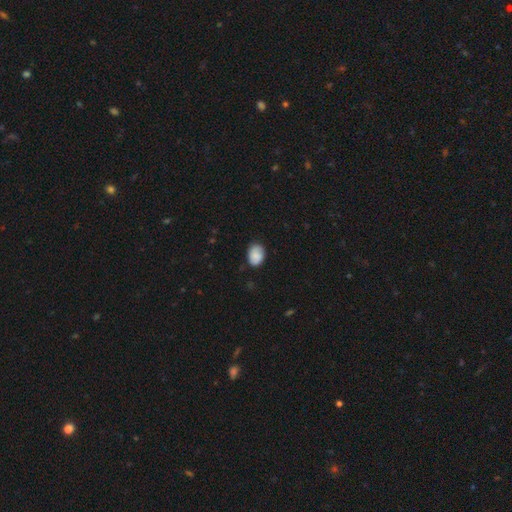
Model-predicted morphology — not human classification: The model was most divided on "how rounded": in between: 75%, round: 24%, cigar-shaped: 1%. More confident: smooth or featured — smooth (81%); merging — none (76%).